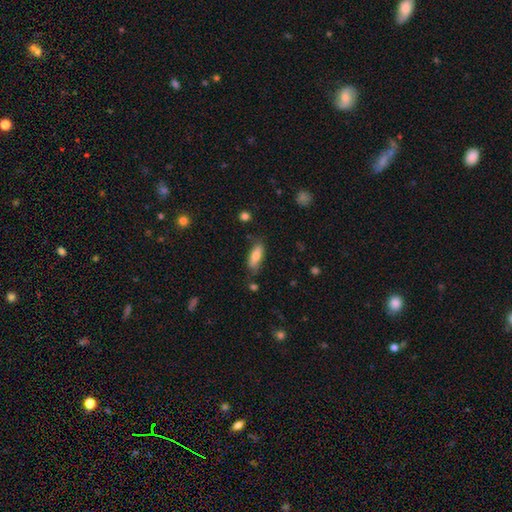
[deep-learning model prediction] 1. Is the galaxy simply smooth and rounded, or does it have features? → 73% smooth, 20% featured or disk, 7% star or artifact.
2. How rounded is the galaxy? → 67% in between, 31% cigar-shaped, 2% round.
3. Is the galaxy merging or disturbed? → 71% none, 21% minor disturbance, 5% major disturbance, 3% merger.